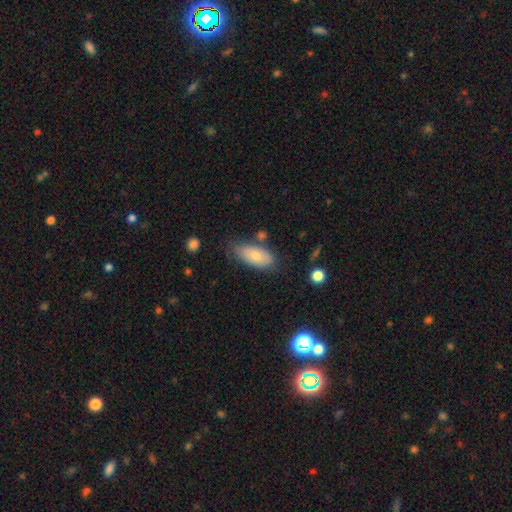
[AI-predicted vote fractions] A smooth galaxy with no disk features (75%) that is in between round and cigar-shaped (87%).

Vote fractions:
- Smooth or featured? smooth: 75% / featured or disk: 18% / star or artifact: 7%
- How rounded? in between: 87% / cigar-shaped: 10% / round: 3%
- Merging? none: 68% / minor disturbance: 22% / merger: 5% / major disturbance: 5%